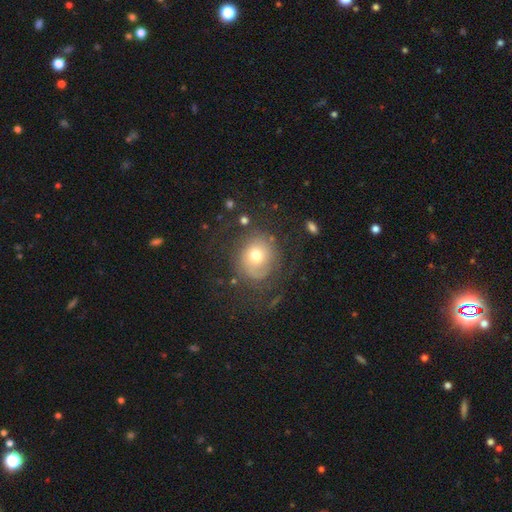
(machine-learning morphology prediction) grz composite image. It shows a smooth galaxy with no disk features (53%) that is round (76%). Merging: none (63%).